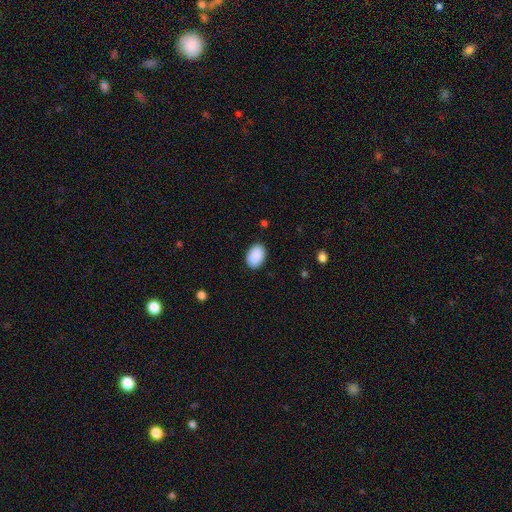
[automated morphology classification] This appears to be a smooth galaxy with no disk features (90%) that is in between round and cigar-shaped (89%). Merging: none (86%).